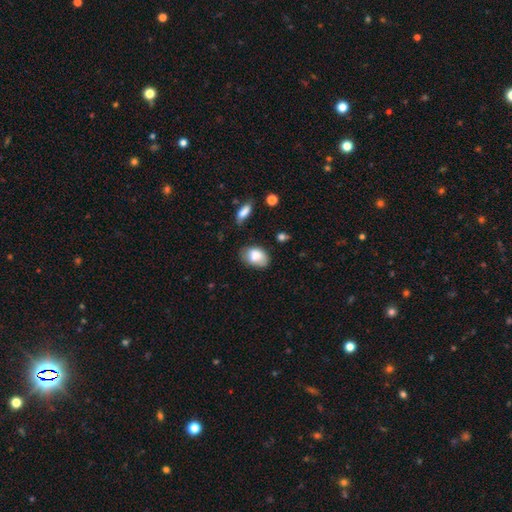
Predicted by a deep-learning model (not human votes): A smooth galaxy with no disk features (80%) that is in between round and cigar-shaped (86%).

Vote fractions:
- Smooth or featured? smooth: 80% / featured or disk: 12% / star or artifact: 8%
- How rounded? in between: 86% / round: 13% / cigar-shaped: 1%
- Merging? none: 61% / minor disturbance: 28% / major disturbance: 7% / merger: 4%